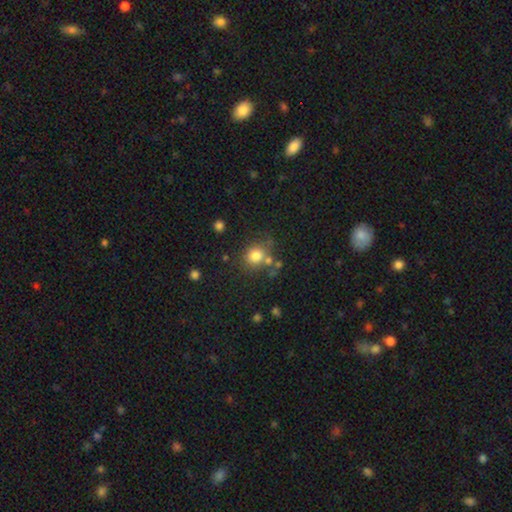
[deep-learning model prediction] Smooth or featured: smooth — 79% (star or artifact — 13%)
How rounded: round — 79% (in between — 20%)
Merging: none — 64% (merger — 15%)